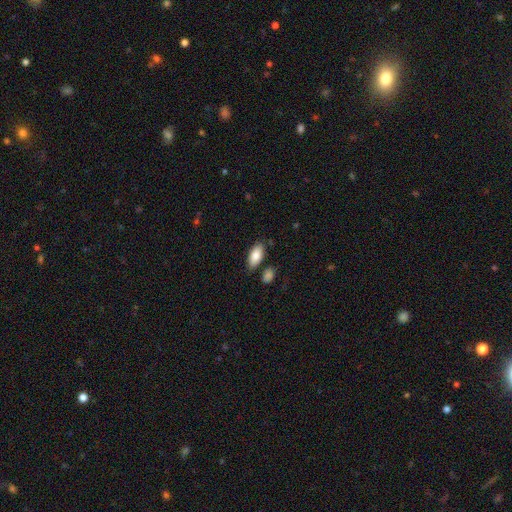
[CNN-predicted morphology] Smooth or featured?
  - smooth: 86% *
  - featured or disk: 8%
  - star or artifact: 6%
How rounded?
  - in between: 90% *
  - cigar-shaped: 8%
  - round: 2%
Merging?
  - none: 79% *
  - minor disturbance: 13%
  - merger: 5%
  - major disturbance: 3%